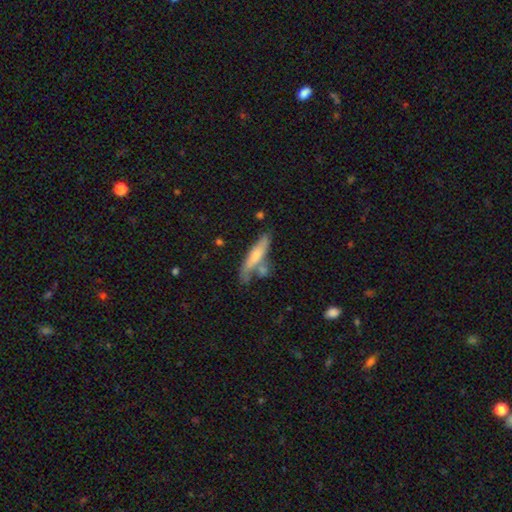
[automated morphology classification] This appears to be a smooth galaxy with no disk features (59%) that is cigar-shaped (79%). Merging: none (53%).